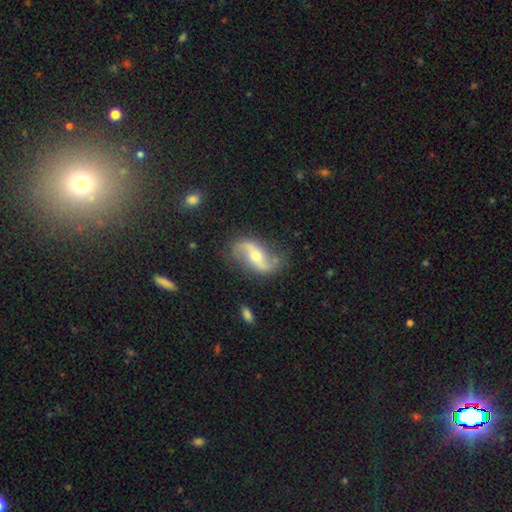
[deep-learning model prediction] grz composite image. It shows a featured or disk galaxy (85%) with no bar (41%), 2 (93%) loose (81%) spiral arms (94%) and a moderate central bulge (58%). Merging: none (77%).